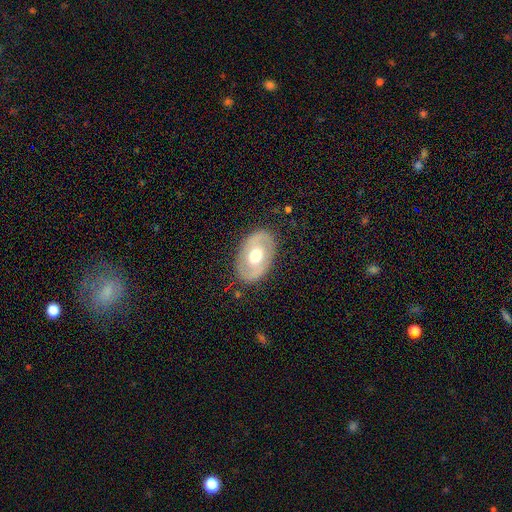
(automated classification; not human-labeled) featured or disk 55%, smooth 40%, star or artifact 5%. Down the decision tree: edge-on disk — no (91%); merging — none (84%).